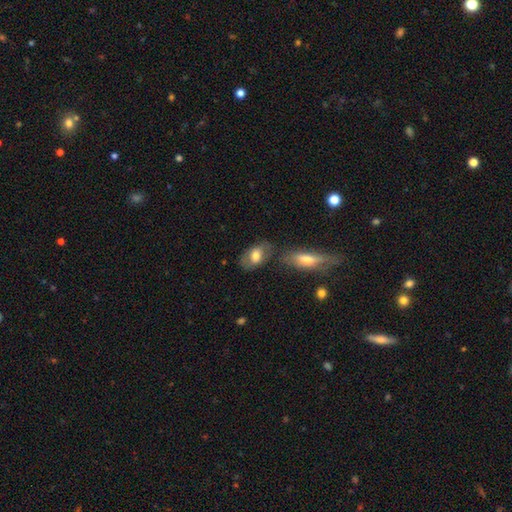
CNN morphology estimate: This is likely a smooth galaxy (68%). How rounded: clearly in between (88%). Merging: likely none (60%).